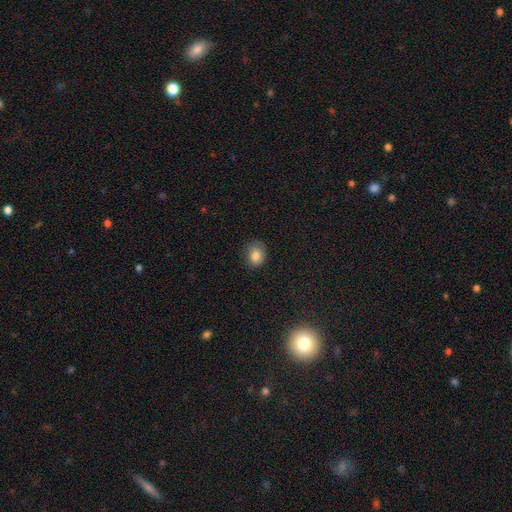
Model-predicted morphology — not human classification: A smooth galaxy with no disk features (82%) that is round (55%).

Vote fractions:
- Smooth or featured? smooth: 82% / star or artifact: 11% / featured or disk: 7%
- How rounded? round: 55% / in between: 44% / cigar-shaped: 1%
- Merging? none: 76% / minor disturbance: 19% / major disturbance: 4% / merger: 1%